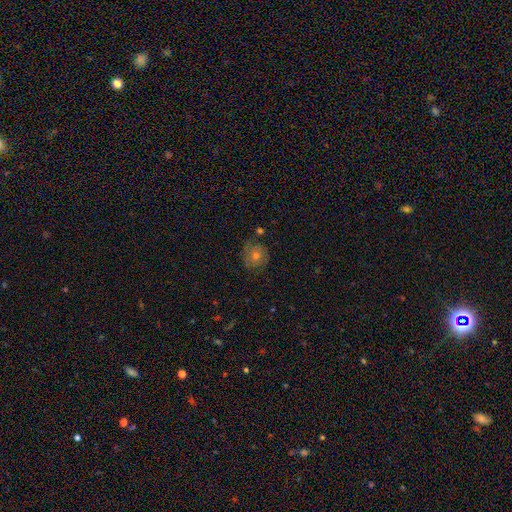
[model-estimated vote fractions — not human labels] A smooth galaxy with no disk features (44%). Merging: none (76%).